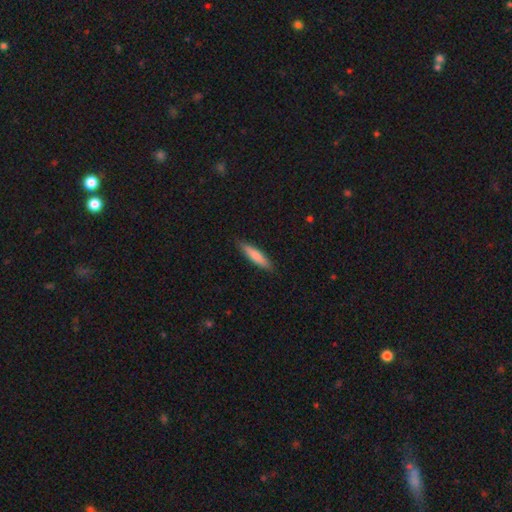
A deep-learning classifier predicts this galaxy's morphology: type=smooth (76%); roundness=cigar-shaped (83%); merging=none (89%).